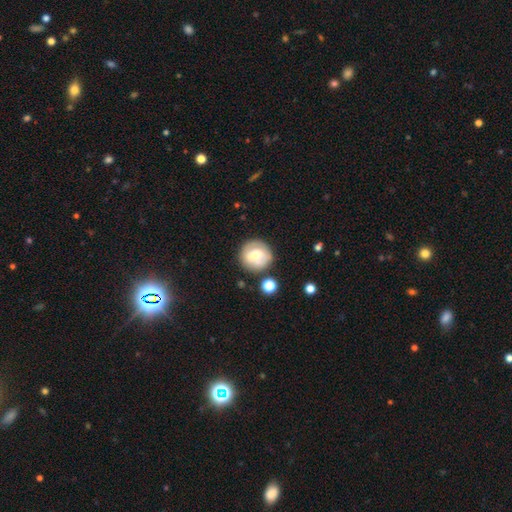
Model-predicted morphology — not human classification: smooth-or-featured: smooth: 61% | featured or disk: 30% | star or artifact: 8%
  how-rounded: round: 91% | in between: 8% | cigar-shaped: 1%
  merging: none: 73% | minor disturbance: 15% | merger: 7% | major disturbance: 5%